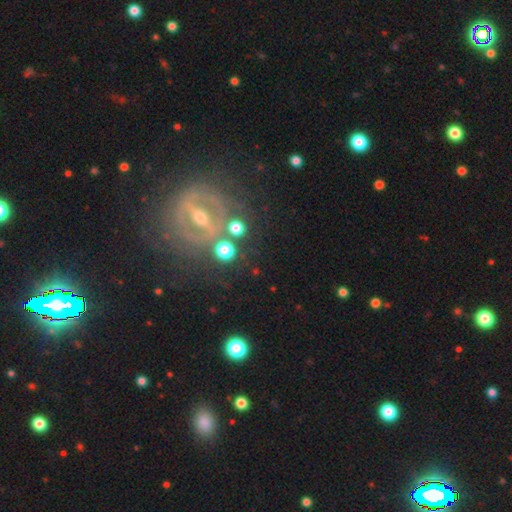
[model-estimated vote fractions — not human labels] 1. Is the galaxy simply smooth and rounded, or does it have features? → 57% featured or disk, 27% star or artifact, 16% smooth.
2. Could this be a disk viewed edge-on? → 85% no, 15% yes.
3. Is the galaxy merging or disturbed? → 72% none, 13% minor disturbance, 8% major disturbance, 7% merger.